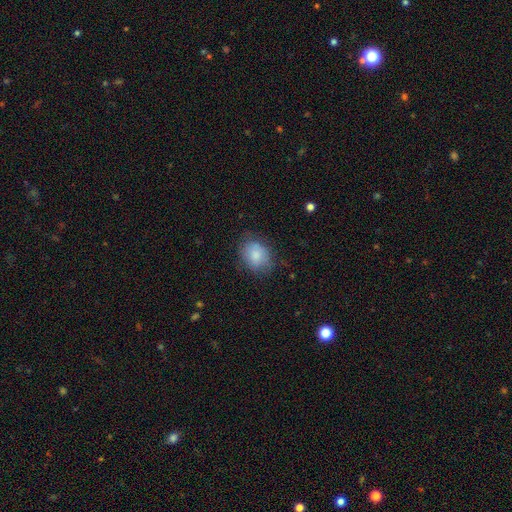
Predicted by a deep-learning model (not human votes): Q: Smooth or featured?
A: smooth (83%); runner-up: featured or disk (10%)
Q: How rounded?
A: in between (51%); runner-up: round (48%)
Q: Merging?
A: none (71%); runner-up: minor disturbance (21%)